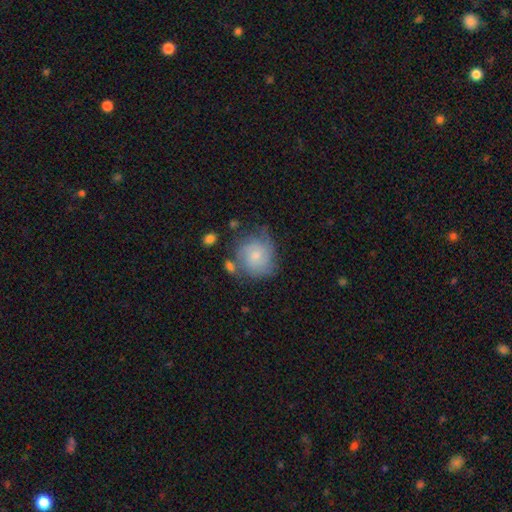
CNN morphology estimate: Smooth or featured?
  - smooth: 49% *
  - featured or disk: 43%
  - star or artifact: 8%
Merging?
  - none: 58% *
  - minor disturbance: 24%
  - major disturbance: 11%
  - merger: 7%